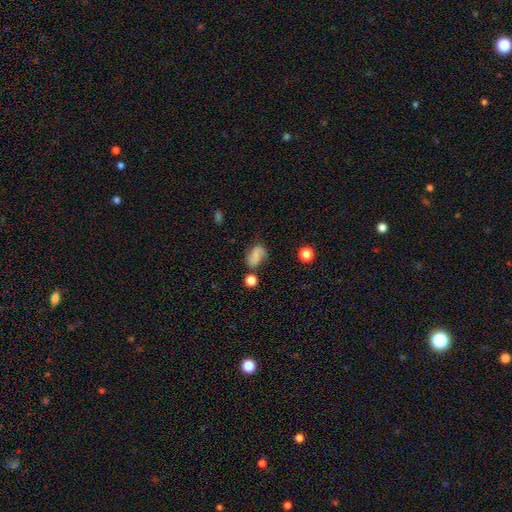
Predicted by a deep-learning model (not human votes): Smooth or featured? Predicted: smooth (p=0.58). How rounded? Predicted: in between (p=0.77). Merging? Predicted: none (p=0.54).